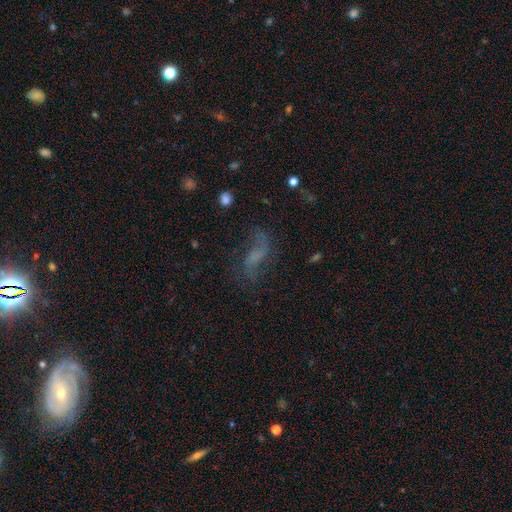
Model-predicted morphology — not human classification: type=featured or disk (58%); edge-on=no (92%); bar=no (46%); spiral arms=yes (81%); bulge=none (51%); merging=none (56%).